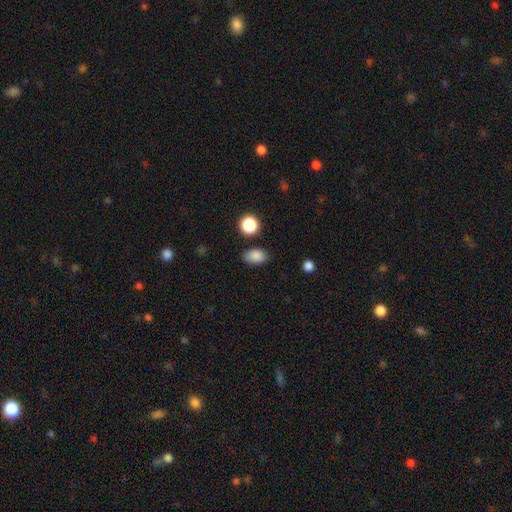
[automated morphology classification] Smooth or featured: smooth — 86% (star or artifact — 10%)
How rounded: in between — 83% (round — 16%)
Merging: none — 83% (minor disturbance — 12%)